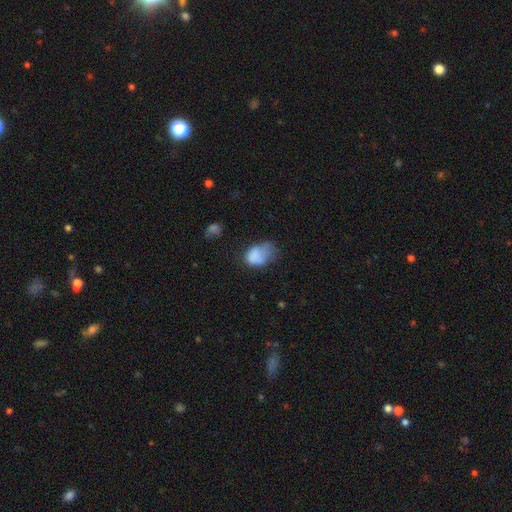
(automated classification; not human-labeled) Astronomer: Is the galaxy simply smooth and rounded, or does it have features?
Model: smooth — 77%.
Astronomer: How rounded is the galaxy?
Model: in between — 78%.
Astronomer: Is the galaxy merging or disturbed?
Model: minor disturbance — 37% (runner-up: major disturbance, 32%).